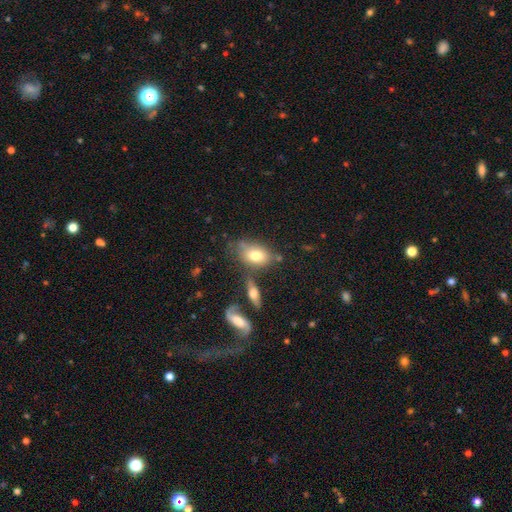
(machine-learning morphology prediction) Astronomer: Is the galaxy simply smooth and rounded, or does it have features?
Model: smooth — 74%.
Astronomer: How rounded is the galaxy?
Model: in between — 83%.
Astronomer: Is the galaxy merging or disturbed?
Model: none — 57%.